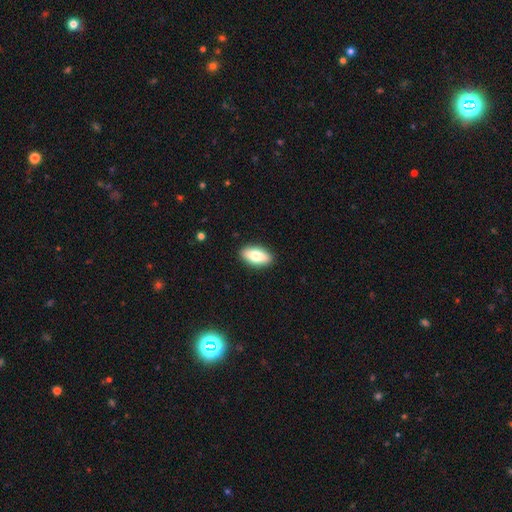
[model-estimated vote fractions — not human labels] Smooth or featured: smooth — 76% (featured or disk — 17%)
How rounded: in between — 90% (cigar-shaped — 7%)
Merging: none — 90% (minor disturbance — 7%)